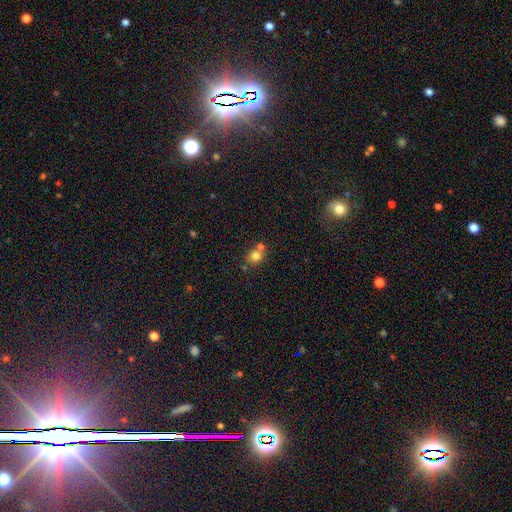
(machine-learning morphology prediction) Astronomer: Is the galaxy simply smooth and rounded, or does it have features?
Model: smooth — 78%.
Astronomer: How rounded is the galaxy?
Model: round — 78%.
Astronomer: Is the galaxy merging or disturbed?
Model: none — 53% (runner-up: merger, 36%).